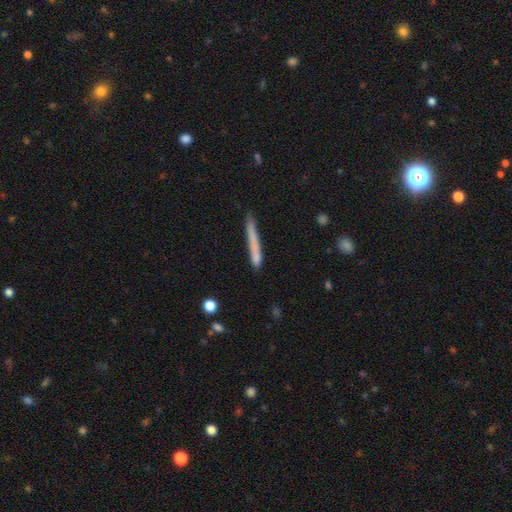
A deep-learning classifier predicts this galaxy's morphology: Smooth or featured?
  - smooth: 69% *
  - featured or disk: 24%
  - star or artifact: 7%
How rounded?
  - cigar-shaped: 96% *
  - in between: 3%
  - round: 1%
Merging?
  - none: 73% *
  - minor disturbance: 18%
  - major disturbance: 5%
  - merger: 4%